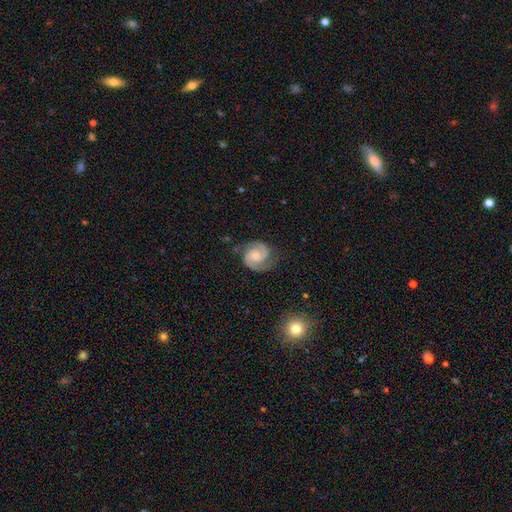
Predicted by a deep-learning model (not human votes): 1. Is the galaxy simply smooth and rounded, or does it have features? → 88% featured or disk, 7% smooth, 5% star or artifact.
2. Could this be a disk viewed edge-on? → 98% no, 2% yes.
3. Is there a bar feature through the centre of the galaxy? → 62% no, 32% weak, 6% strong.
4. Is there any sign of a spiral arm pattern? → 98% yes, 2% no.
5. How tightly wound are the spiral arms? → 50% medium, 41% tight, 9% loose.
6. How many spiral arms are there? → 93% 2, 2% can't tell, 2% 1, 1% 3, 1% 4, 1% more than 4.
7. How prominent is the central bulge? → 55% moderate, 37% small, 4% none, 3% large, 1% dominant.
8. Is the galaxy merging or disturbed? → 78% none, 16% minor disturbance, 4% major disturbance, 1% merger.